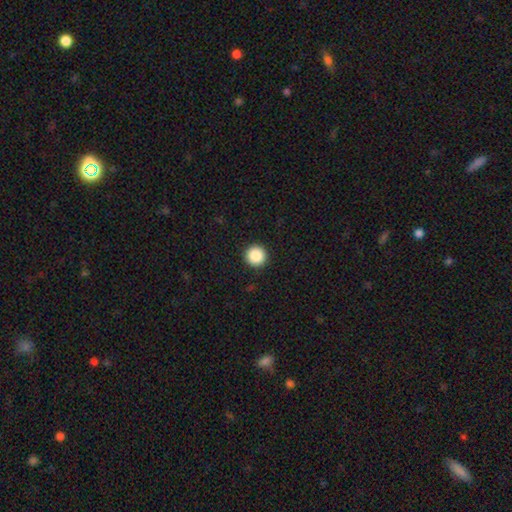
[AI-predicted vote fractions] This appears to be a smooth galaxy with no disk features (88%) that is round (96%). Merging: none (93%).